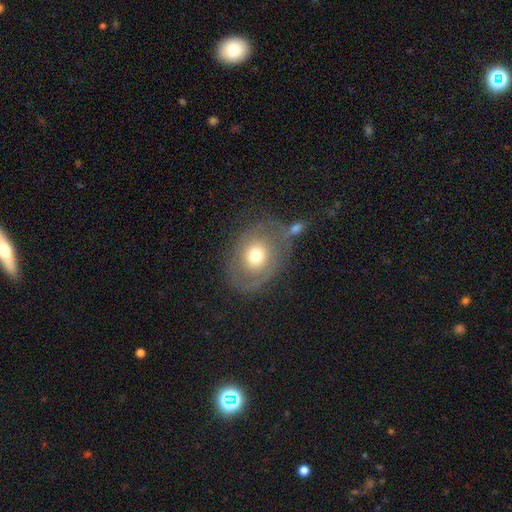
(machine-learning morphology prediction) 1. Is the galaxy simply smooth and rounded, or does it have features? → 52% smooth, 38% featured or disk, 10% star or artifact.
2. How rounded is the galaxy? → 50% in between, 49% round, 1% cigar-shaped.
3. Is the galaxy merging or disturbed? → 54% none, 19% minor disturbance, 14% major disturbance, 13% merger.